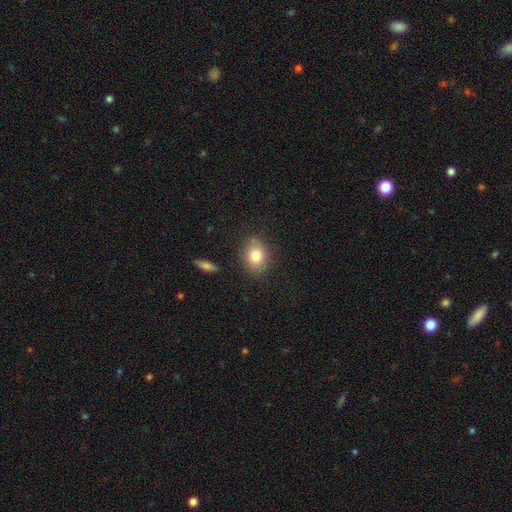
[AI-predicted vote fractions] Smooth or featured?
  - smooth: 82% *
  - featured or disk: 10%
  - star or artifact: 9%
How rounded?
  - in between: 58% *
  - round: 41%
  - cigar-shaped: 1%
Merging?
  - none: 82% *
  - minor disturbance: 12%
  - major disturbance: 3%
  - merger: 2%